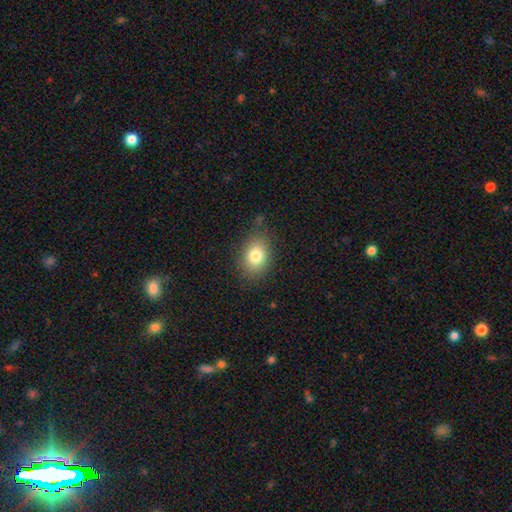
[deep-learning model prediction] smooth-or-featured: smooth: 80% | featured or disk: 10% | star or artifact: 10%
  how-rounded: in between: 72% | round: 27% | cigar-shaped: 1%
  merging: none: 79% | minor disturbance: 15% | major disturbance: 4% | merger: 2%